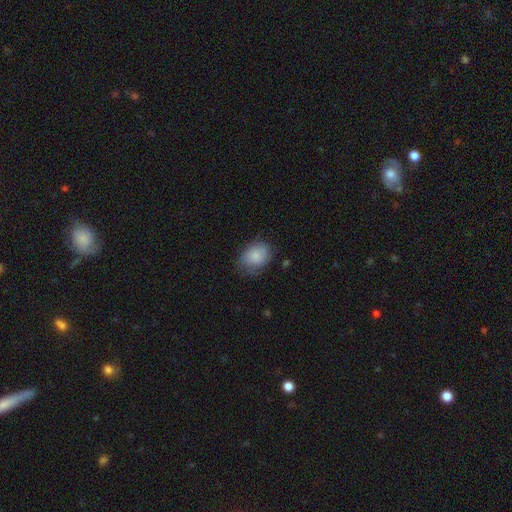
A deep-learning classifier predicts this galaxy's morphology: Smooth or featured? Predicted: smooth (p=0.84). How rounded? Predicted: in between (p=0.61). Merging? Predicted: none (p=0.64).